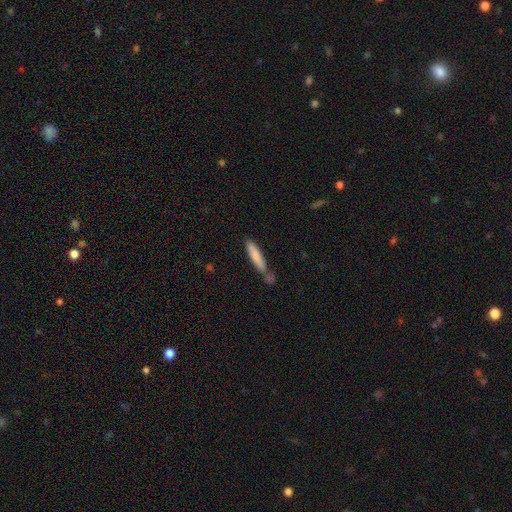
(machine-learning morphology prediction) A smooth galaxy with no disk features (80%) that is cigar-shaped (87%). Merging: none (60%).